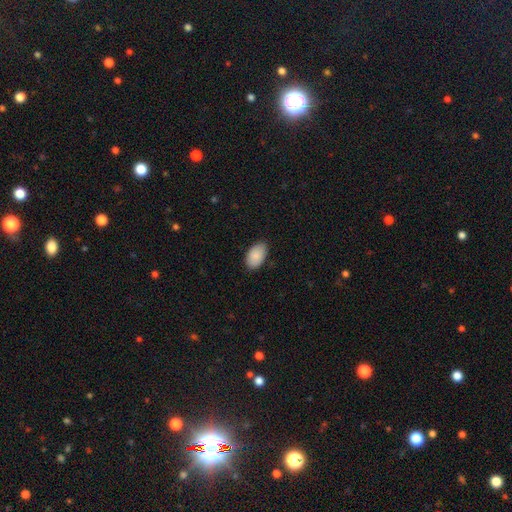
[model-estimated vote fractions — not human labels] Smooth or featured: smooth — 89% (star or artifact — 6%)
How rounded: in between — 93% (round — 6%)
Merging: none — 82% (minor disturbance — 15%)